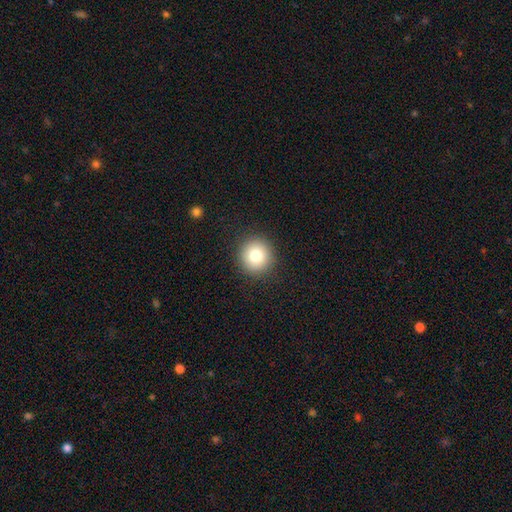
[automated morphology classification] Smooth or featured?
  - smooth: 81% *
  - star or artifact: 10%
  - featured or disk: 9%
How rounded?
  - round: 94% *
  - in between: 5%
  - cigar-shaped: 1%
Merging?
  - none: 91% *
  - minor disturbance: 6%
  - major disturbance: 2%
  - merger: 1%